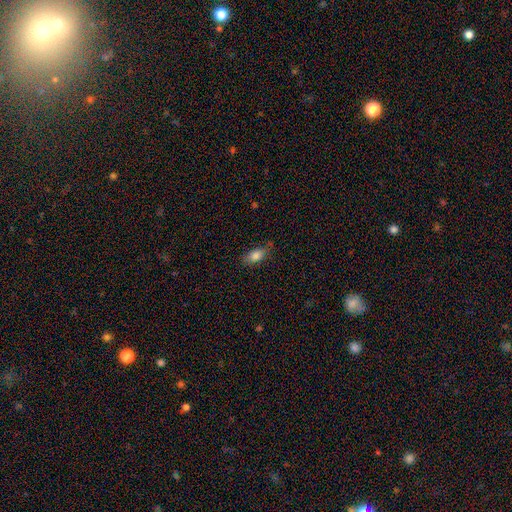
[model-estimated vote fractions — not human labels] Smooth or featured: smooth — 84% (star or artifact — 8%)
How rounded: in between — 88% (cigar-shaped — 6%)
Merging: none — 72% (minor disturbance — 21%)